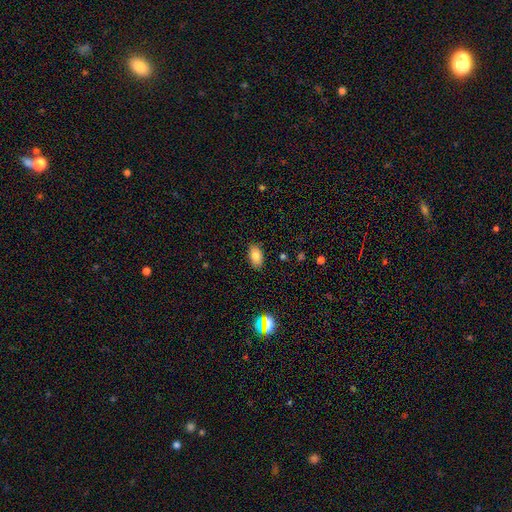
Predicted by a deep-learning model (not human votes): Q: Smooth or featured?
A: smooth (83%); runner-up: star or artifact (10%)
Q: How rounded?
A: in between (92%); runner-up: round (6%)
Q: Merging?
A: none (86%); runner-up: minor disturbance (10%)